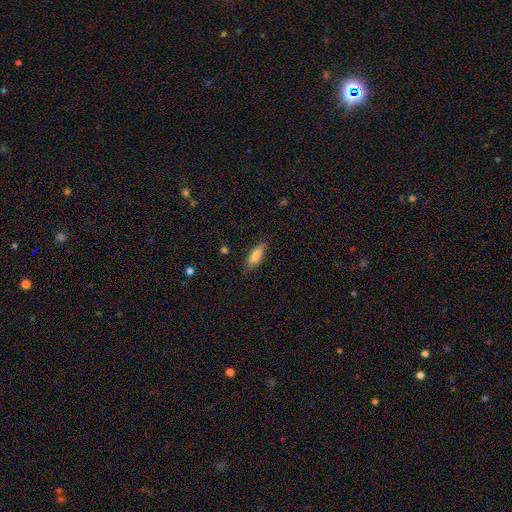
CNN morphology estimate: A smooth galaxy with no disk features (78%) that is in between round and cigar-shaped (56%).

Vote fractions:
- Smooth or featured? smooth: 78% / featured or disk: 15% / star or artifact: 7%
- How rounded? in between: 56% / cigar-shaped: 42% / round: 2%
- Merging? none: 80% / minor disturbance: 15% / major disturbance: 3% / merger: 1%